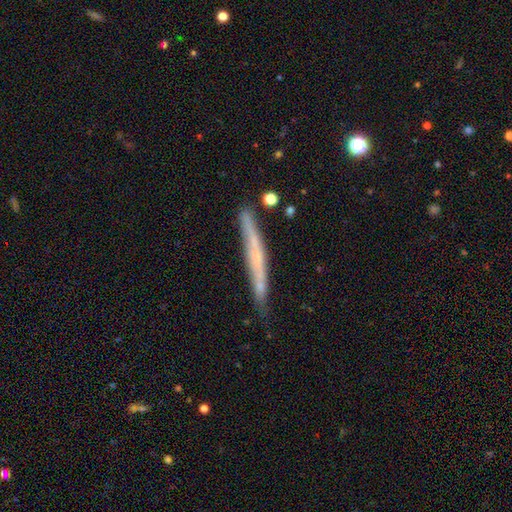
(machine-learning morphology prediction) This appears to be a featured or disk galaxy (53%) viewed edge-on (93%). Merging: none (74%).